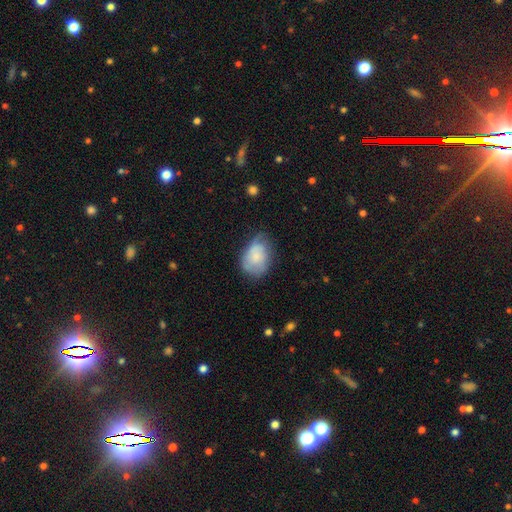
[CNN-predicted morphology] The model was most divided on "merging": none: 44%, minor disturbance: 39%, major disturbance: 14%, merger: 2%. More confident: how rounded — in between (76%); smooth or featured — smooth (66%).